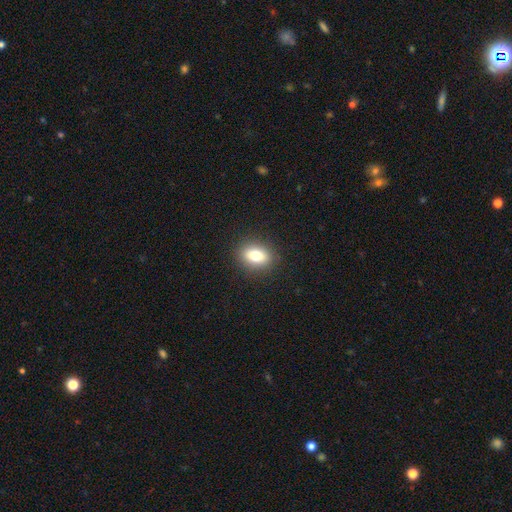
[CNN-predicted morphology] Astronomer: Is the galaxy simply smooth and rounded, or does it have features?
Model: smooth — 77%.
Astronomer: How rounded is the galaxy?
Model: in between — 69%.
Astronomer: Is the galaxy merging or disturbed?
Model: none — 89%.